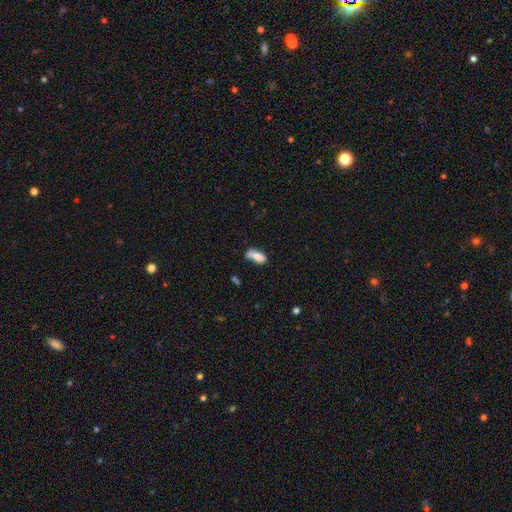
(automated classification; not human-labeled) smooth_or_featured: smooth (p=0.80) [alt: featured or disk p=0.12]
how_rounded: in between (p=0.86) [alt: cigar-shaped p=0.11]
merging: none (p=0.49) [alt: minor disturbance p=0.30]